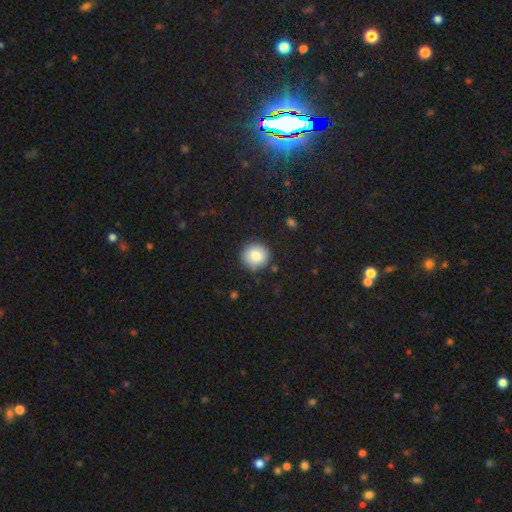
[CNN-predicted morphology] Smooth or featured: smooth — 84% (star or artifact — 9%)
How rounded: round — 92% (in between — 7%)
Merging: none — 87% (minor disturbance — 9%)